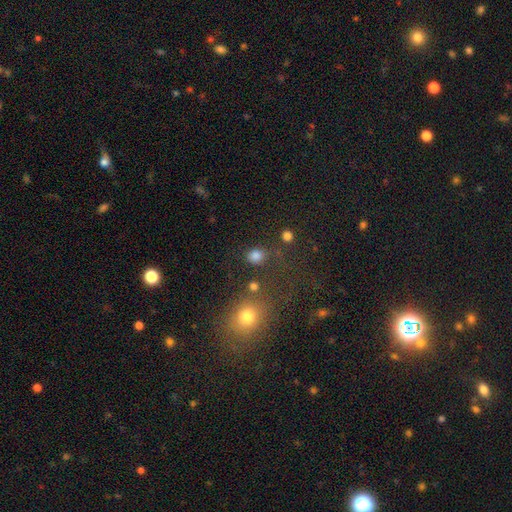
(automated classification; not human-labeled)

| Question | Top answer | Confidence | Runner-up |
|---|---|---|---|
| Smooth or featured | smooth | 81% | star or artifact (14%) |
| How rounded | round | 66% | in between (33%) |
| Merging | none | 74% | minor disturbance (13%) |